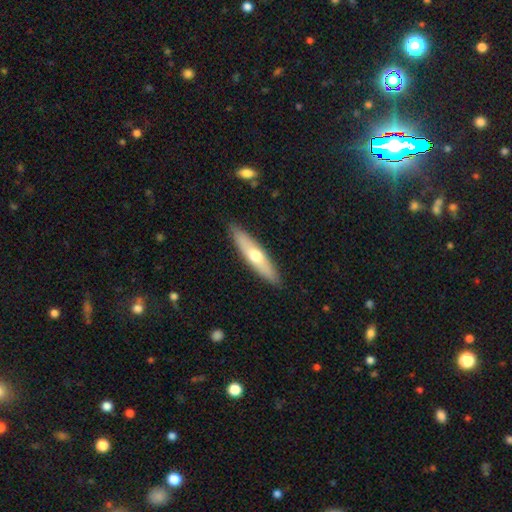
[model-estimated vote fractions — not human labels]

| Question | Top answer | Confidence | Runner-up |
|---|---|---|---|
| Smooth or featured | smooth | 53% | featured or disk (42%) |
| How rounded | cigar-shaped | 78% | in between (21%) |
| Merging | none | 89% | minor disturbance (8%) |